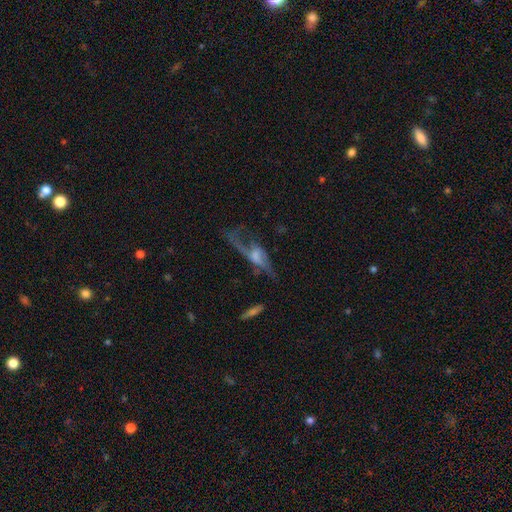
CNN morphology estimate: smooth-or-featured: featured or disk: 70% | smooth: 20% | star or artifact: 11%
  disk-edge-on: no: 64% | yes: 36%
  merging: major disturbance: 40% | none: 36% | minor disturbance: 18% | merger: 5%